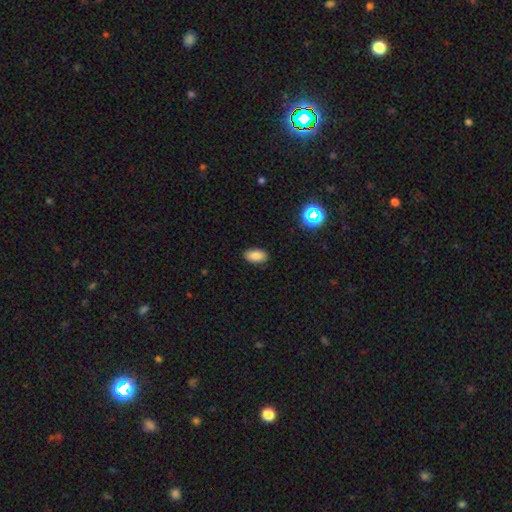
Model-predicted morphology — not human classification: This appears to be a smooth galaxy with no disk features (84%) that is in between round and cigar-shaped (93%). Merging: none (89%).